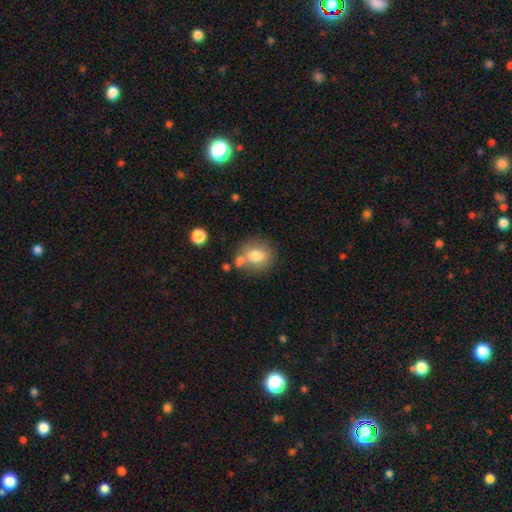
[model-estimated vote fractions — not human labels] Overall: smooth (76%). How rounded: round (72%). Merging: none (64%).